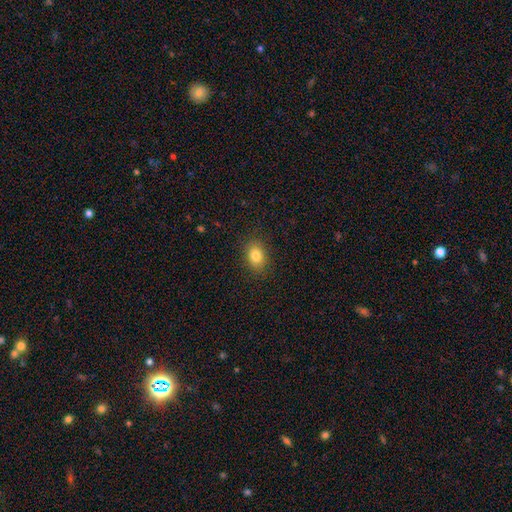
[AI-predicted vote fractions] Smooth or featured? Predicted: smooth (p=0.82). How rounded? Predicted: in between (p=0.72). Merging? Predicted: none (p=0.87).